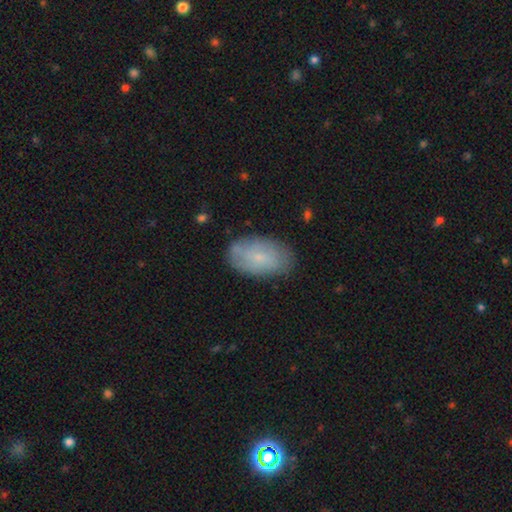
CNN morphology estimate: Overall: smooth (63%; featured or disk 29%). How rounded: in between (93%). Merging: none (79%).